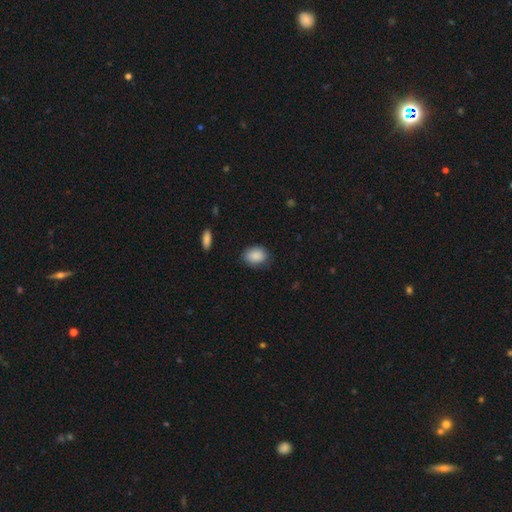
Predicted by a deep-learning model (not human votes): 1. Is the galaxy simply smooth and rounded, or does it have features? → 89% smooth, 7% star or artifact, 4% featured or disk.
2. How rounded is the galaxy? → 66% in between, 33% round, 1% cigar-shaped.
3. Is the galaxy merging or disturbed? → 80% none, 16% minor disturbance, 3% major disturbance, 1% merger.